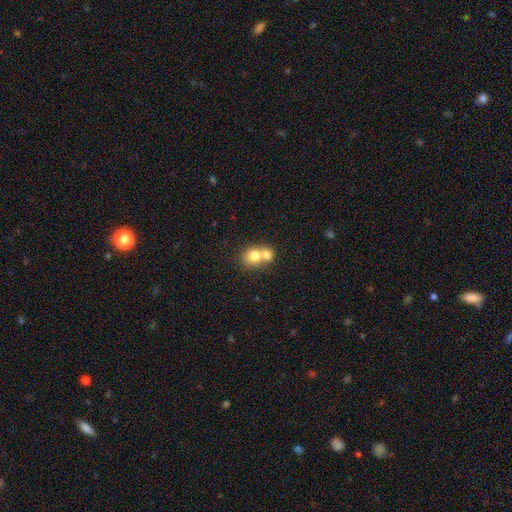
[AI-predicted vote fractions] smooth-or-featured: smooth: 75% | featured or disk: 16% | star or artifact: 9%
  how-rounded: round: 69% | in between: 30% | cigar-shaped: 1%
  merging: merger: 68% | none: 24% | minor disturbance: 5% | major disturbance: 3%